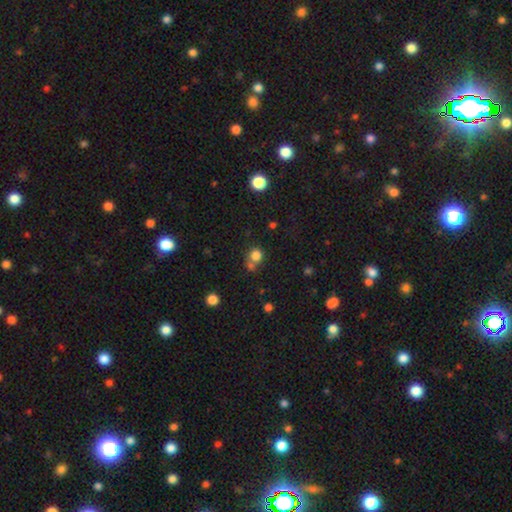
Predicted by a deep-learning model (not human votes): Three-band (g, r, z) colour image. It shows a smooth galaxy with no disk features (78%) that is round (84%). Merging: none (51%).